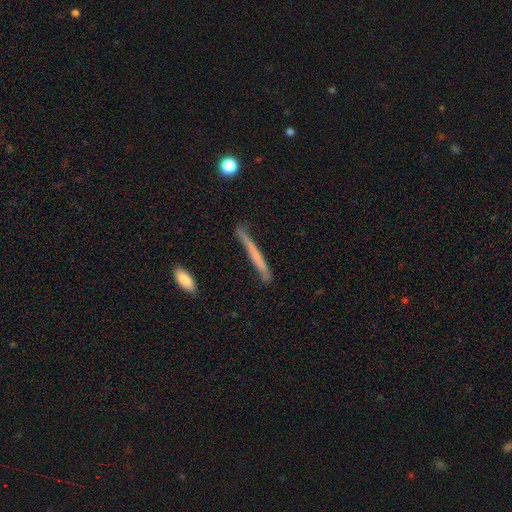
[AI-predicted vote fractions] Smooth or featured? smooth (53%)
How rounded? cigar-shaped (96%)
Merging? none (71%)